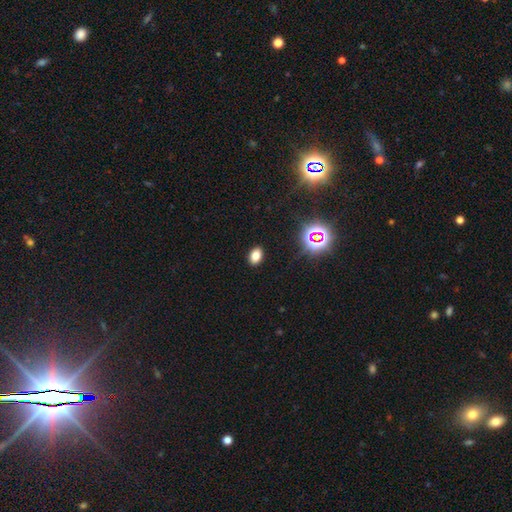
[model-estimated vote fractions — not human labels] Smooth or featured? Predicted: smooth (p=0.77). How rounded? Predicted: in between (p=0.83). Merging? Predicted: none (p=0.90).